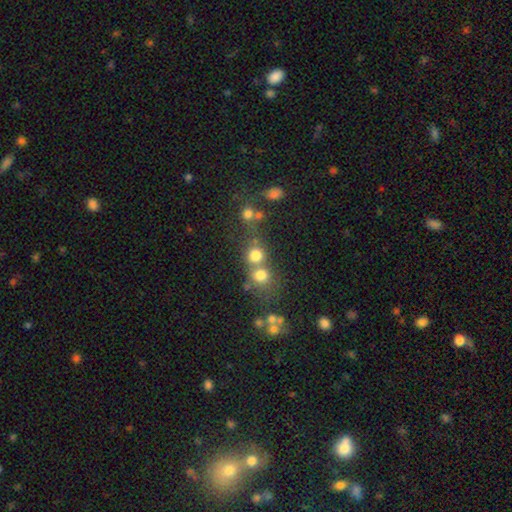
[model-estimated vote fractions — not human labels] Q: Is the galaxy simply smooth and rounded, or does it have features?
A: smooth — 75%.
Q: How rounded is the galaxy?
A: round — 85%.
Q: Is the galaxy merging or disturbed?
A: none — 45%.